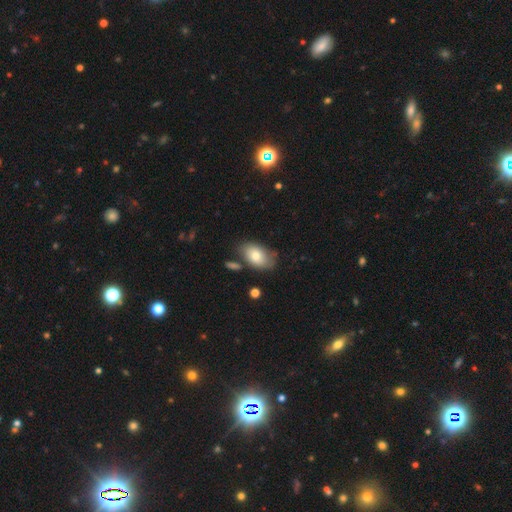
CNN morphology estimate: A smooth galaxy with no disk features (74%) that is in between round and cigar-shaped (89%). Merging: none (66%).